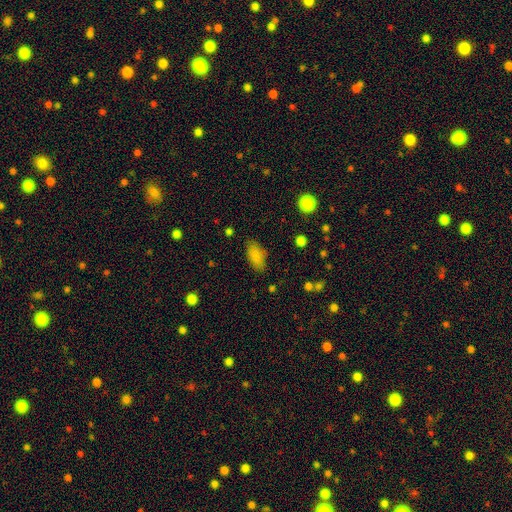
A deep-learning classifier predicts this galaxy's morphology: Smooth or featured?
  - smooth: 84% *
  - star or artifact: 8%
  - featured or disk: 7%
How rounded?
  - in between: 90% *
  - cigar-shaped: 7%
  - round: 4%
Merging?
  - none: 82% *
  - minor disturbance: 13%
  - major disturbance: 4%
  - merger: 2%